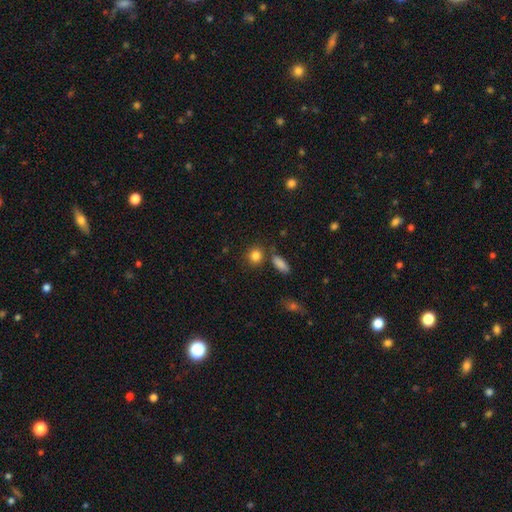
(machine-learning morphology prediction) Q: Smooth or featured?
A: smooth (85%); runner-up: star or artifact (10%)
Q: How rounded?
A: round (73%); runner-up: in between (25%)
Q: Merging?
A: none (76%); runner-up: minor disturbance (11%)